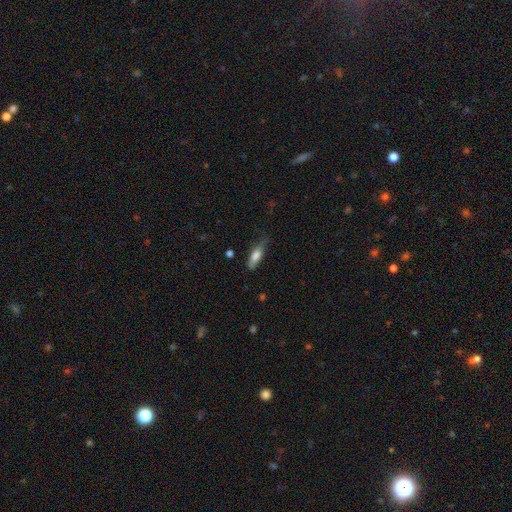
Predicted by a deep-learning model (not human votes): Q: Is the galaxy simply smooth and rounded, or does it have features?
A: smooth — 74%.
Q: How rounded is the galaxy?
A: in between — 53%.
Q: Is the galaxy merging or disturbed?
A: none — 58%.